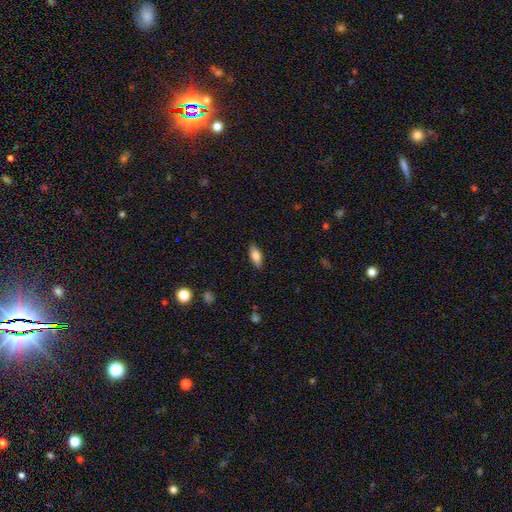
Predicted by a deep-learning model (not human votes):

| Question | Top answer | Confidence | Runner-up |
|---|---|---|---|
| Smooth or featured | smooth | 81% | featured or disk (12%) |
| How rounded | in between | 81% | cigar-shaped (16%) |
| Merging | none | 87% | minor disturbance (10%) |